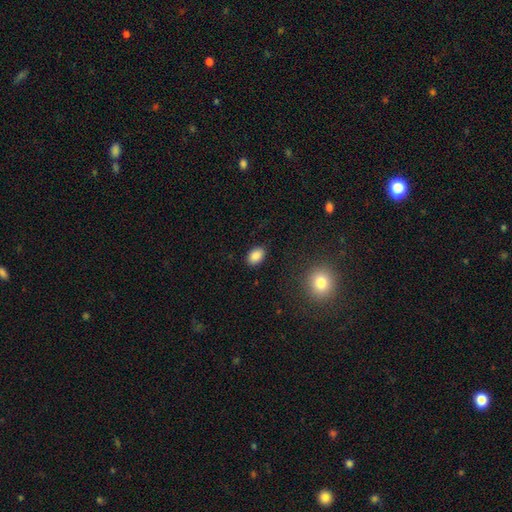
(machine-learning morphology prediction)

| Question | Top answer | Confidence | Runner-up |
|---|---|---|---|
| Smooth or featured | smooth | 87% | star or artifact (9%) |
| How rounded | in between | 82% | round (17%) |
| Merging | none | 88% | minor disturbance (9%) |